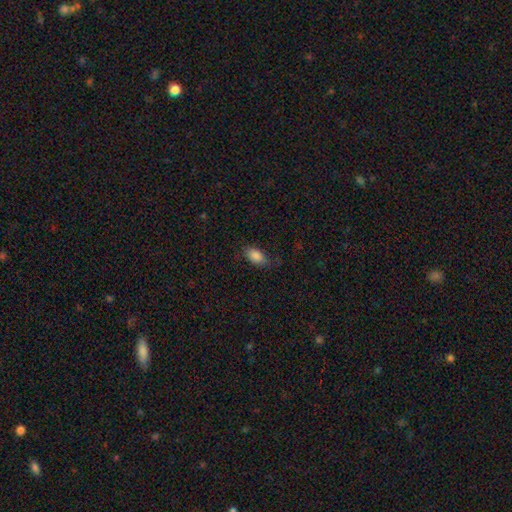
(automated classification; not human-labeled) smooth 85%, star or artifact 8%, featured or disk 6%. Down the decision tree: how rounded — in between (91%); merging — none (76%).